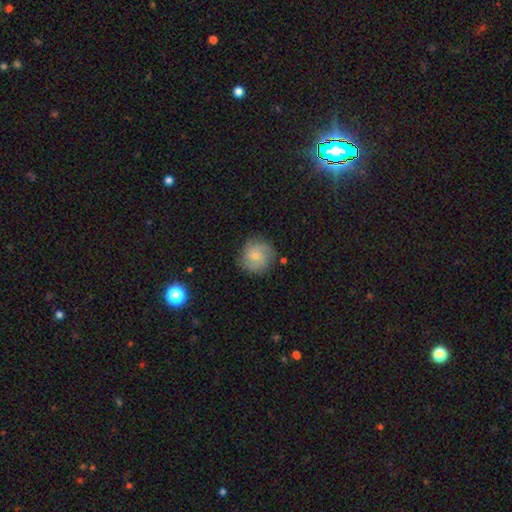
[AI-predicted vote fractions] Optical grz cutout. It shows a smooth galaxy with no disk features (53%) that is round (91%). Merging: none (79%).